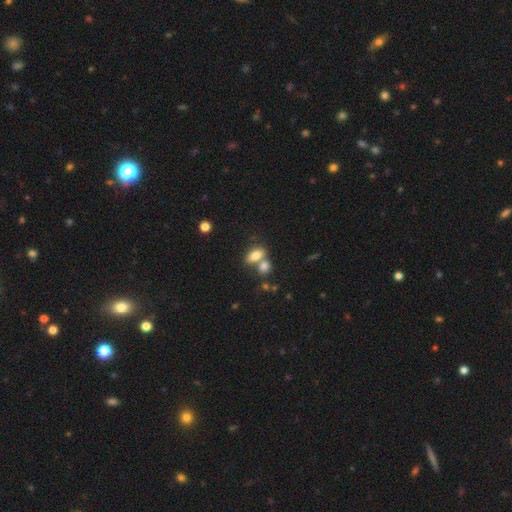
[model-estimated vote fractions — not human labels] Smooth or featured: smooth — 78% (featured or disk — 12%)
How rounded: in between — 86% (round — 8%)
Merging: none — 43% (merger — 42%)